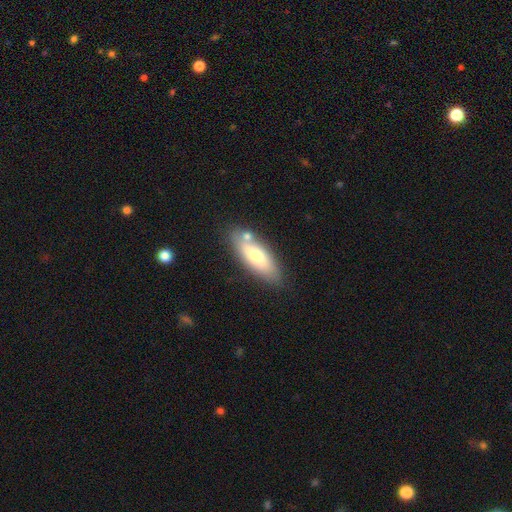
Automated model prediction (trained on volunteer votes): smooth 70%, featured or disk 24%, star or artifact 6%. Down the decision tree: how rounded — in between (64%); merging — none (74%).